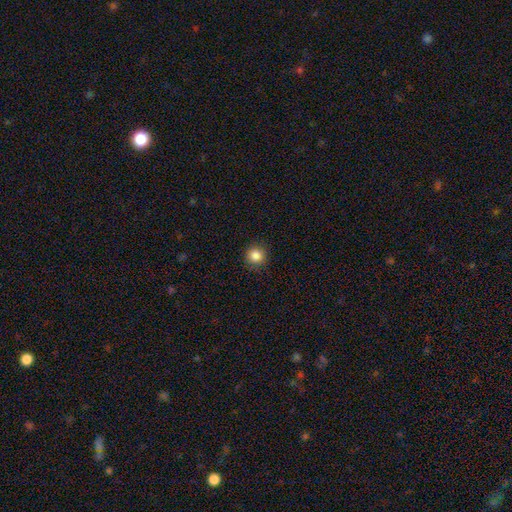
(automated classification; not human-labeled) This is clearly a smooth galaxy (86%). How rounded: clearly round (93%). Merging: clearly none (90%).